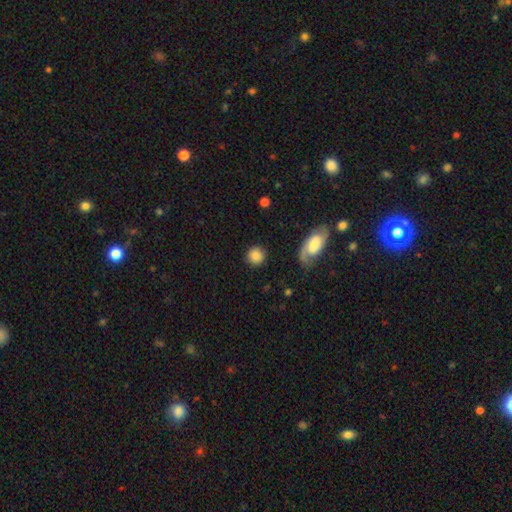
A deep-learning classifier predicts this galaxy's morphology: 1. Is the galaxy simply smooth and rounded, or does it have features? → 82% smooth, 10% featured or disk, 8% star or artifact.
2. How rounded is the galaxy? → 90% round, 9% in between, 1% cigar-shaped.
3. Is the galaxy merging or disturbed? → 86% none, 8% minor disturbance, 4% major disturbance, 2% merger.